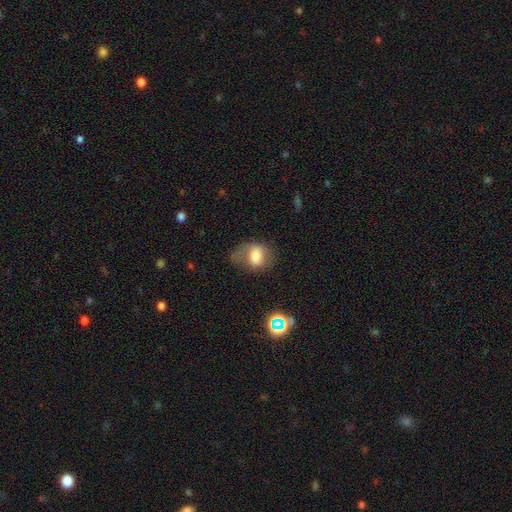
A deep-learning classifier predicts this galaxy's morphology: Overall: smooth (61%; featured or disk 28%). How rounded: in between (69%; round 30%). Merging: none (45%; minor disturbance 27%).